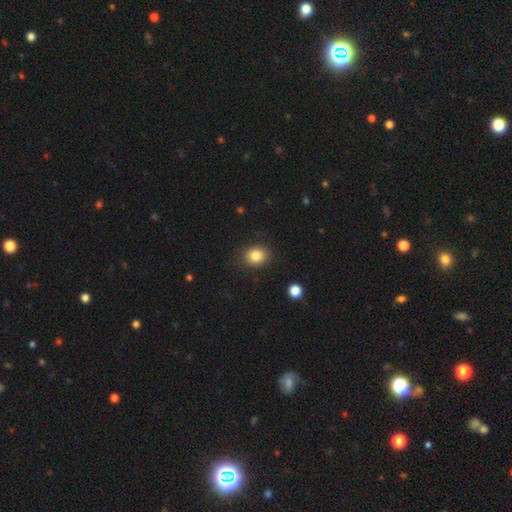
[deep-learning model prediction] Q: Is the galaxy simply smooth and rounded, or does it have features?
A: smooth — 84%.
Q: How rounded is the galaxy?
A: round — 56%.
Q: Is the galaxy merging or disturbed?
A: none — 86%.